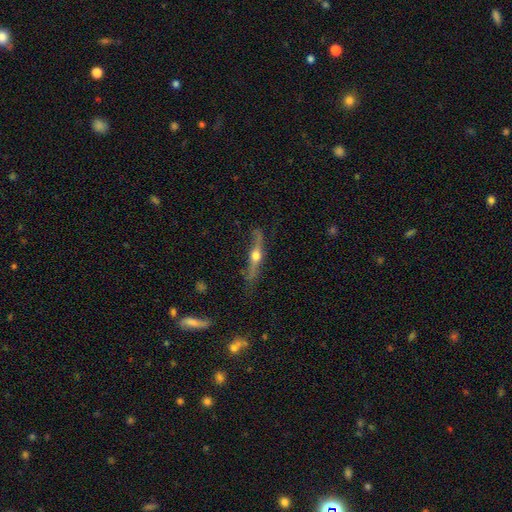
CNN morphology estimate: Overall: featured or disk (72%). Edge-on disk: yes (94%). Edge-on bulge: rounded (95%). Merging: none (72%).